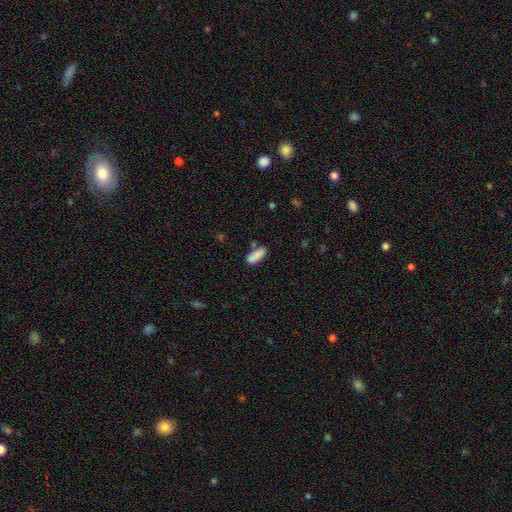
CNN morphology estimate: Smooth or featured: smooth — 85% (featured or disk — 8%)
How rounded: in between — 71% (cigar-shaped — 26%)
Merging: none — 67% (minor disturbance — 17%)